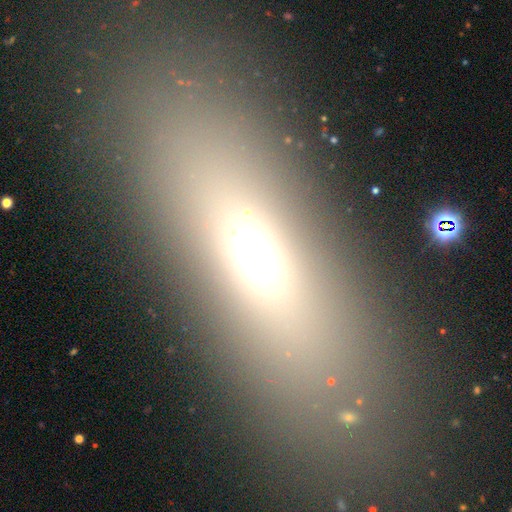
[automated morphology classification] smooth_or_featured: smooth (p=0.59) [alt: featured or disk p=0.23]
how_rounded: in between (p=0.54) [alt: cigar-shaped p=0.41]
merging: none (p=0.85) [alt: minor disturbance p=0.09]